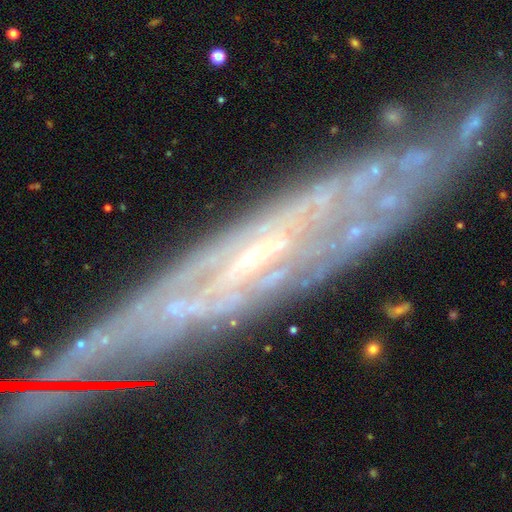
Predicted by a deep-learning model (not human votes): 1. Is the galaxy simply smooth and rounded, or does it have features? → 79% featured or disk, 11% smooth, 10% star or artifact.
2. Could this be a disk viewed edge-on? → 50% no (tied), 50% yes (tied).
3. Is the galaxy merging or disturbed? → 68% none, 19% minor disturbance, 8% major disturbance, 4% merger.